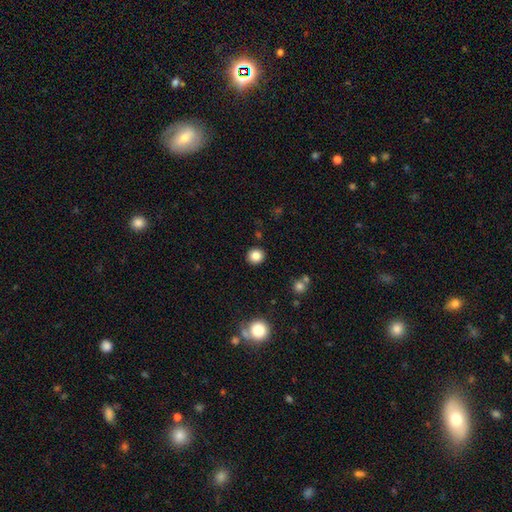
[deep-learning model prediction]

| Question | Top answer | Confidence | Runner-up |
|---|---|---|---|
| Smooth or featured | smooth | 84% | star or artifact (11%) |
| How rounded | round | 88% | in between (11%) |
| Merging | none | 91% | minor disturbance (6%) |